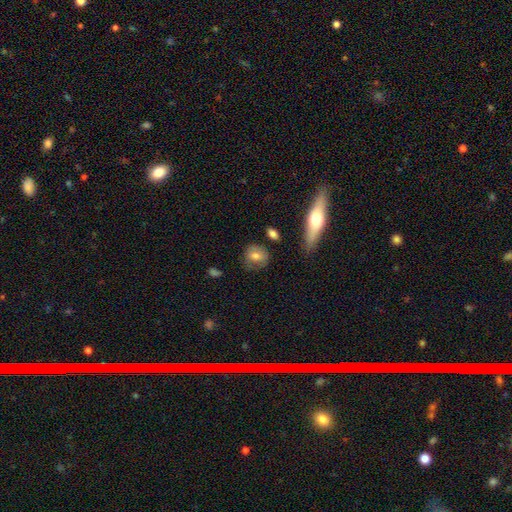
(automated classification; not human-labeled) Q: Smooth or featured?
A: smooth (71%); runner-up: featured or disk (21%)
Q: How rounded?
A: round (67%); runner-up: in between (31%)
Q: Merging?
A: none (69%); runner-up: minor disturbance (21%)